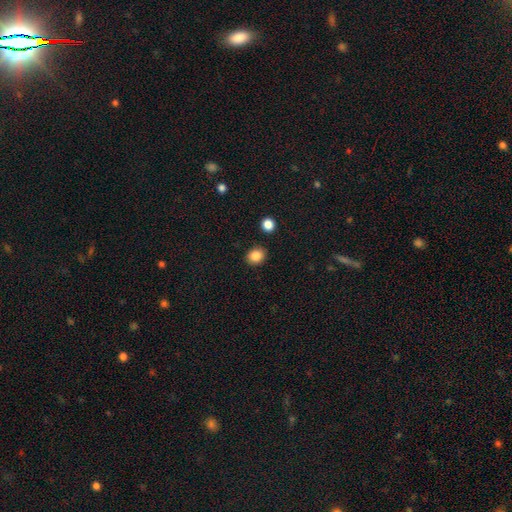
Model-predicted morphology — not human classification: smooth 86%, star or artifact 10%, featured or disk 4%. Down the decision tree: how rounded — round (61%); merging — none (88%).